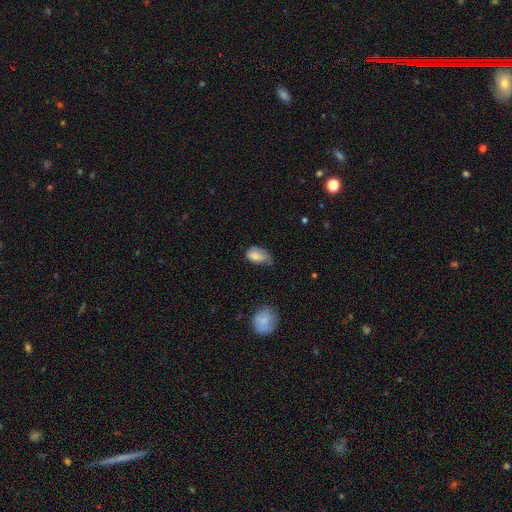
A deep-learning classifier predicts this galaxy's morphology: A smooth galaxy with no disk features (79%) that is in between round and cigar-shaped (90%).

Vote fractions:
- Smooth or featured? smooth: 79% / featured or disk: 13% / star or artifact: 8%
- How rounded? in between: 90% / round: 7% / cigar-shaped: 3%
- Merging? minor disturbance: 46% / none: 33% / major disturbance: 18% / merger: 3%